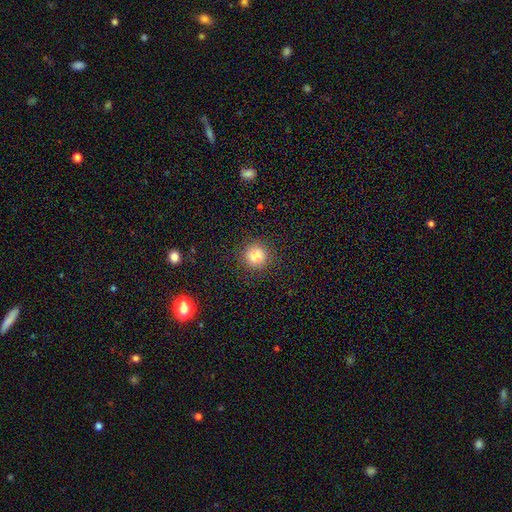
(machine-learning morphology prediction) This is clearly a smooth galaxy (81%). How rounded: clearly round (85%). Merging: clearly none (81%).